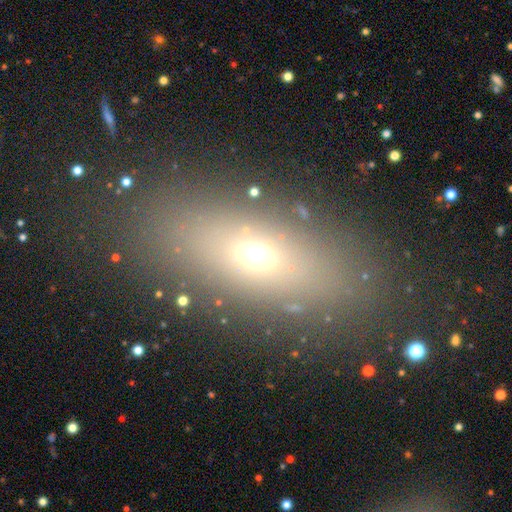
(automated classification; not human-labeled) Morphology: type=smooth (57%); roundness=in between (79%); merging=none (76%).